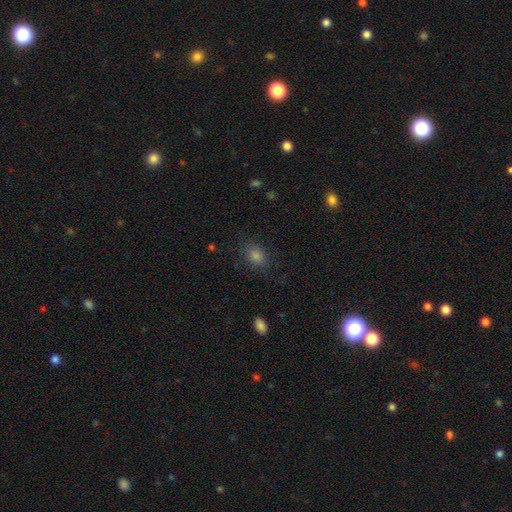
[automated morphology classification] Smooth or featured?
  - smooth: 76% *
  - star or artifact: 18%
  - featured or disk: 6%
How rounded?
  - in between: 56% *
  - round: 43%
  - cigar-shaped: 1%
Merging?
  - none: 83% *
  - minor disturbance: 11%
  - major disturbance: 4%
  - merger: 1%